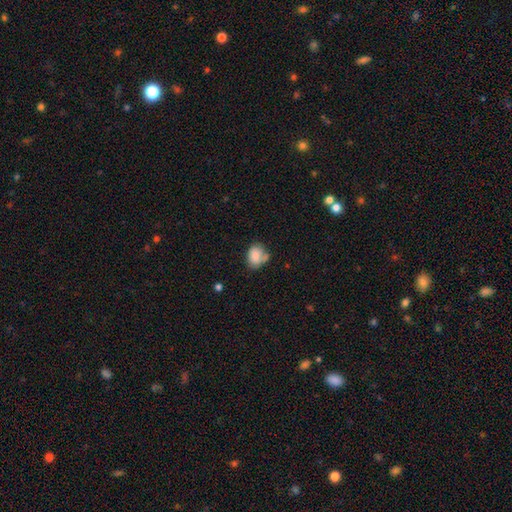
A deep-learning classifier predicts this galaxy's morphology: Smooth or featured: smooth — 82% (featured or disk — 10%)
How rounded: in between — 66% (round — 33%)
Merging: none — 49% (minor disturbance — 25%)